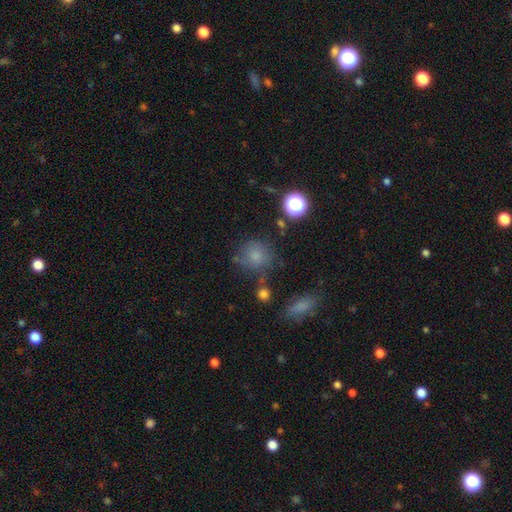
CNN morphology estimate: Smooth or featured? Predicted: smooth (p=0.74). How rounded? Predicted: round (p=0.85). Merging? Predicted: none (p=0.69).